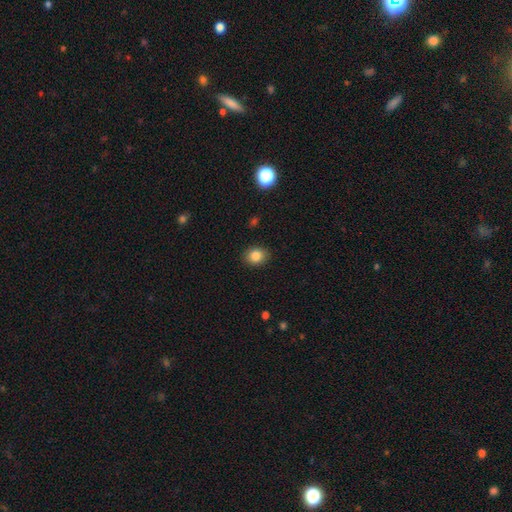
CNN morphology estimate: A smooth galaxy with no disk features (84%) that is round (59%).

Vote fractions:
- Smooth or featured? smooth: 84% / star or artifact: 10% / featured or disk: 6%
- How rounded? round: 59% / in between: 41% / cigar-shaped: 1%
- Merging? none: 89% / minor disturbance: 8% / major disturbance: 2% / merger: 1%